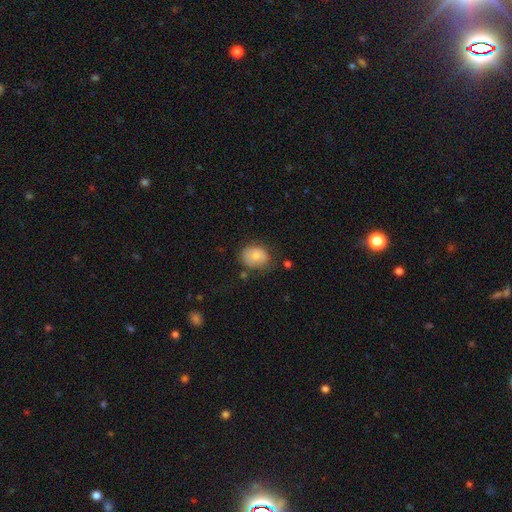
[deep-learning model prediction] This appears to be a smooth galaxy with no disk features (80%) that is round (50%). Merging: none (65%).